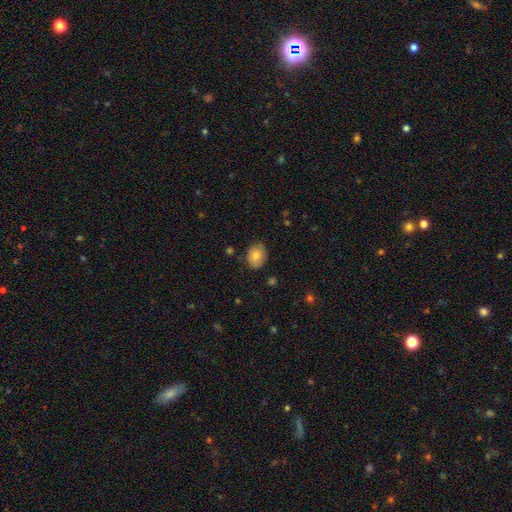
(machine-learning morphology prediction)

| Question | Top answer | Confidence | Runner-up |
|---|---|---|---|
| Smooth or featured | smooth | 79% | featured or disk (13%) |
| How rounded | in between | 55% | round (44%) |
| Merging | none | 81% | minor disturbance (15%) |